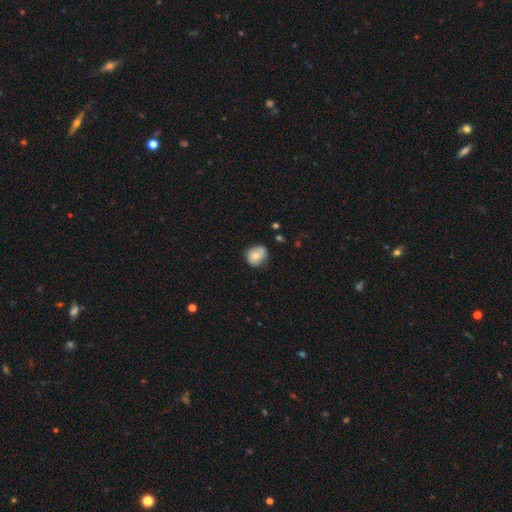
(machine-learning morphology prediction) This is likely a smooth galaxy (64%). How rounded: likely round (75%). Merging: likely none (68%).